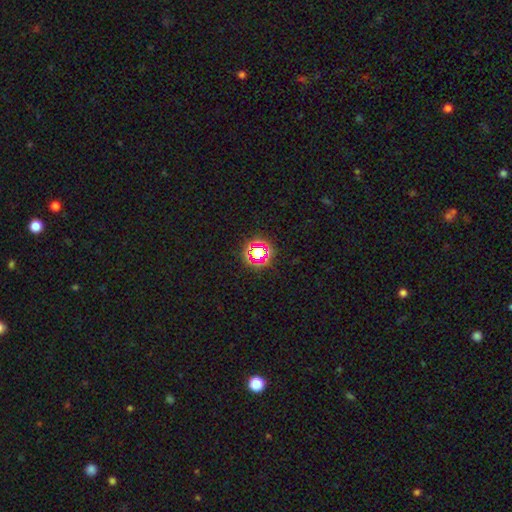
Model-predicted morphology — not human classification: smooth-or-featured: star or artifact: 63% | smooth: 26% | featured or disk: 11%